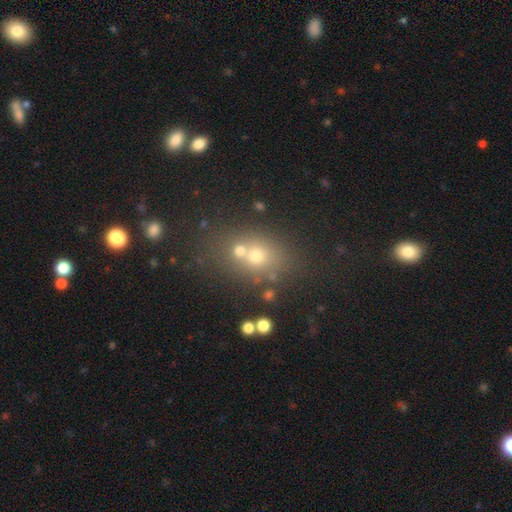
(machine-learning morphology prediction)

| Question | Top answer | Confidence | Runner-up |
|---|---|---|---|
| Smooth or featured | smooth | 60% | star or artifact (21%) |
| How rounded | round | 55% | in between (43%) |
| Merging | none | 47% | merger (38%) |